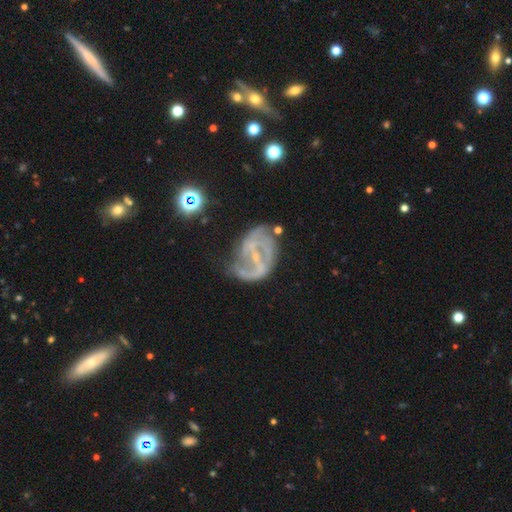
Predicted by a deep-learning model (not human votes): Overall: featured or disk (75%). Edge-on disk: no (97%). Bar: weak (41%; no 32%). Spiral arms: yes (74%). Spiral arm count: 2 (53%; can't tell 22%). Spiral winding: loose (44%; medium 37%). Bulge size: small (62%; none 26%). Merging: none (37%; major disturbance 32%).